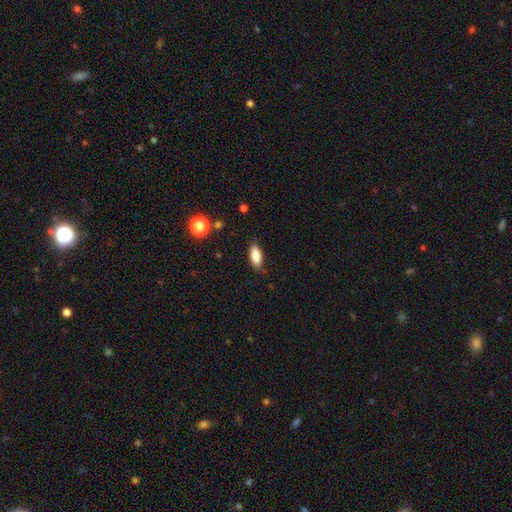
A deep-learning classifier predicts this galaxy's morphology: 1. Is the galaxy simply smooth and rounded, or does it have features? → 83% smooth, 9% featured or disk, 8% star or artifact.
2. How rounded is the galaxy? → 76% in between, 22% cigar-shaped, 3% round.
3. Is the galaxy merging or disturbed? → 78% none, 17% minor disturbance, 4% major disturbance, 1% merger.